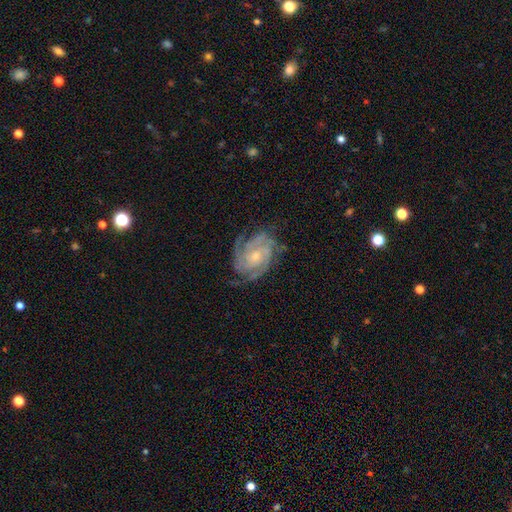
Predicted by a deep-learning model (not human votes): featured or disk 89%, smooth 5%, star or artifact 5%. Down the decision tree: edge-on disk — no (98%); bar — no (69%); spiral arms — yes (98%); spiral arm count — 3 (34%); spiral winding — tight (65%); bulge size — small (57%); merging — none (73%).